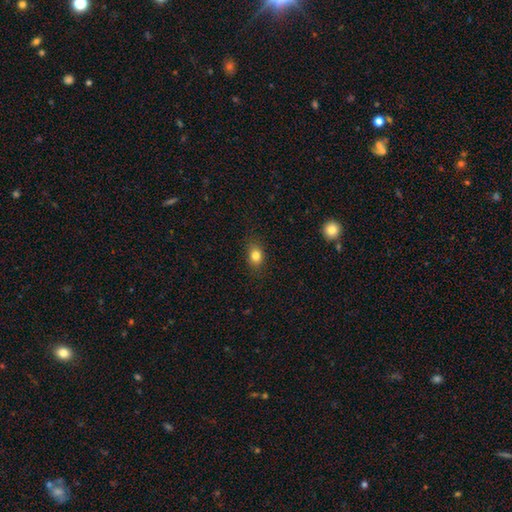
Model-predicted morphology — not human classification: Q: Smooth or featured?
A: smooth (81%); runner-up: star or artifact (11%)
Q: How rounded?
A: in between (61%); runner-up: round (37%)
Q: Merging?
A: none (84%); runner-up: minor disturbance (12%)